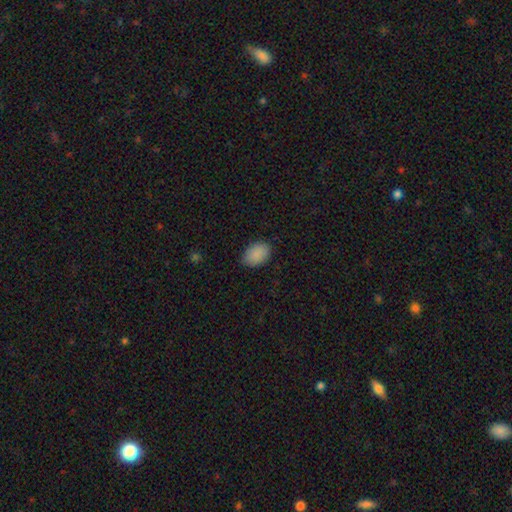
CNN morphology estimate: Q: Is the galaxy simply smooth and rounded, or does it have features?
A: smooth — 89%.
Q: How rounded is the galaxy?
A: in between — 86%.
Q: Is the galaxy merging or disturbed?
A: none — 81%.